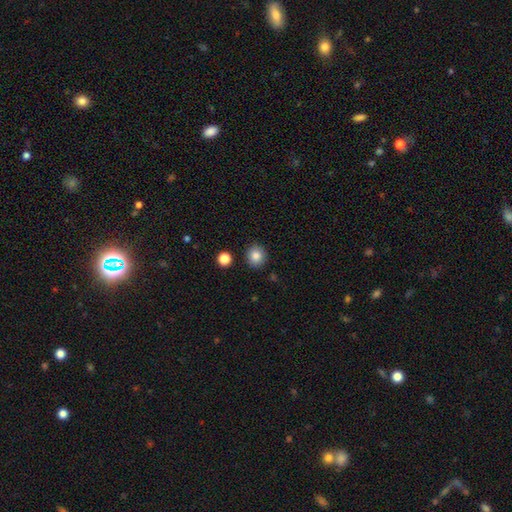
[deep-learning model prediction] Smooth or featured? smooth (85%)
How rounded? round (87%)
Merging? none (89%)